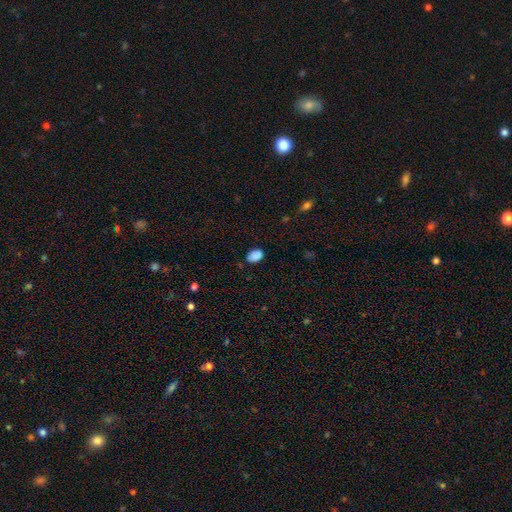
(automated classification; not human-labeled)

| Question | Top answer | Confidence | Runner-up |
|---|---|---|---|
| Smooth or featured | smooth | 86% | star or artifact (9%) |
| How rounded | in between | 84% | round (15%) |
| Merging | none | 74% | minor disturbance (20%) |